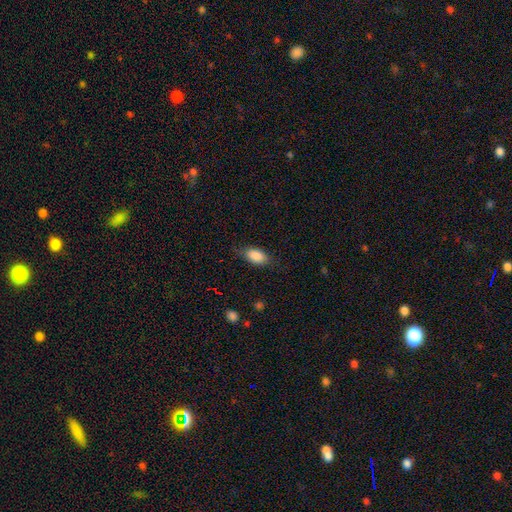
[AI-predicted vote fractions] This appears to be a smooth galaxy with no disk features (86%) that is in between round and cigar-shaped (90%). Merging: none (74%).